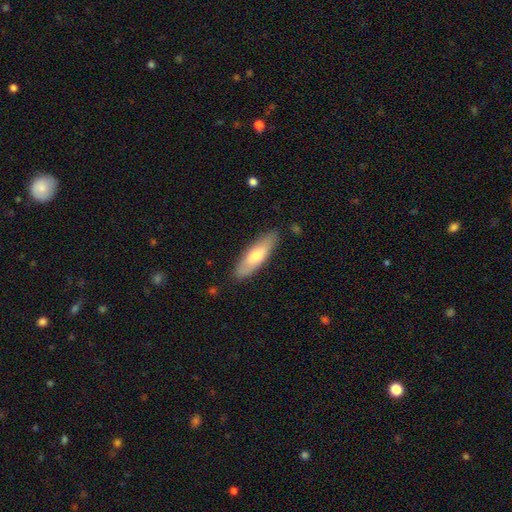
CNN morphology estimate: This is likely a smooth galaxy (65%). How rounded: possibly cigar-shaped (53%). Merging: clearly none (85%).